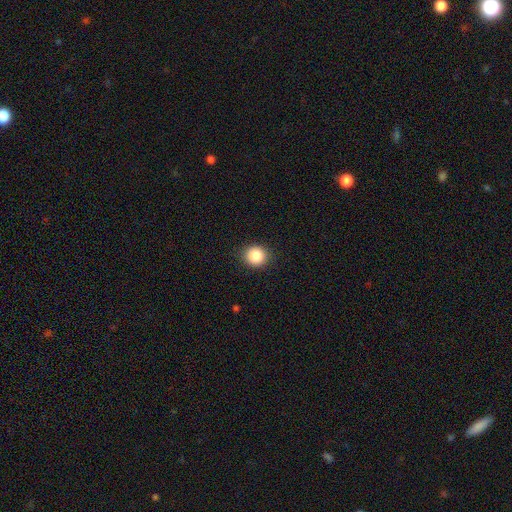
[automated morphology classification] Smooth or featured? smooth (86%)
How rounded? round (86%)
Merging? none (90%)